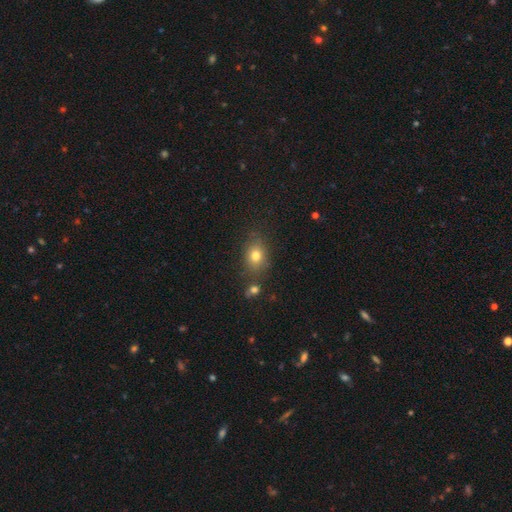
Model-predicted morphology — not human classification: Smooth or featured? smooth (77%)
How rounded? in between (58%)
Merging? none (75%)